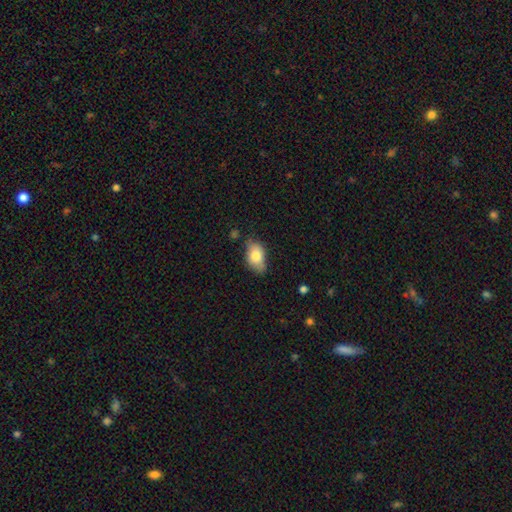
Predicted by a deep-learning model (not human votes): A smooth galaxy with no disk features (77%) that is in between round and cigar-shaped (89%).

Vote fractions:
- Smooth or featured? smooth: 77% / featured or disk: 16% / star or artifact: 7%
- How rounded? in between: 89% / round: 9% / cigar-shaped: 2%
- Merging? none: 64% / minor disturbance: 27% / major disturbance: 6% / merger: 3%